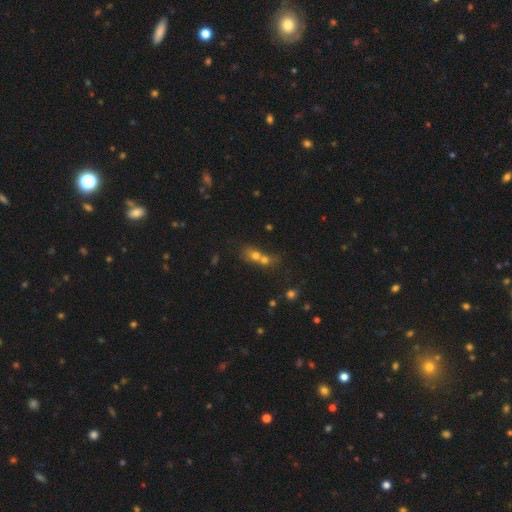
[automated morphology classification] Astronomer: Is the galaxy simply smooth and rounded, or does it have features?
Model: smooth — 65%.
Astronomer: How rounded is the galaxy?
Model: round — 56% (runner-up: in between, 40%).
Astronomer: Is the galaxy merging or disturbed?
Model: merger — 70%.